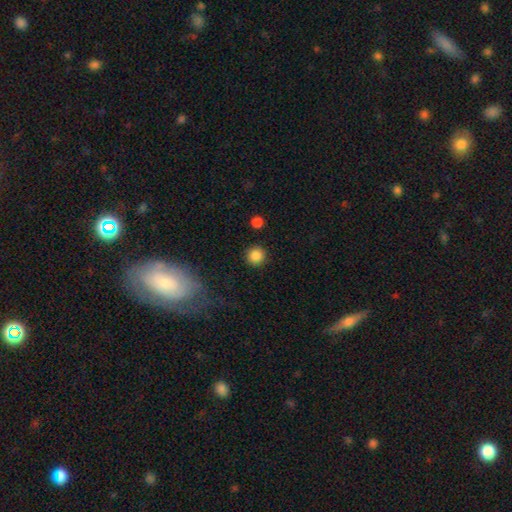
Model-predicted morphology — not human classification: A smooth galaxy with no disk features (86%) that is round (94%).

Vote fractions:
- Smooth or featured? smooth: 86% / star or artifact: 11% / featured or disk: 4%
- How rounded? round: 94% / in between: 5% / cigar-shaped: 1%
- Merging? none: 90% / minor disturbance: 6% / major disturbance: 2% / merger: 2%